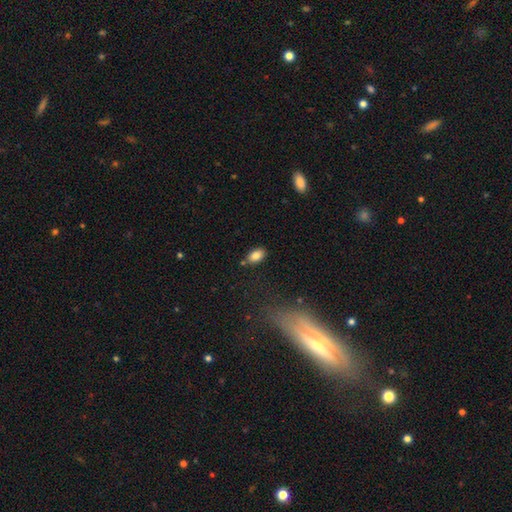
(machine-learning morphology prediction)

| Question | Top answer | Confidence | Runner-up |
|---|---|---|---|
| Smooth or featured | smooth | 83% | star or artifact (9%) |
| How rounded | in between | 90% | round (8%) |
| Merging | none | 79% | minor disturbance (13%) |